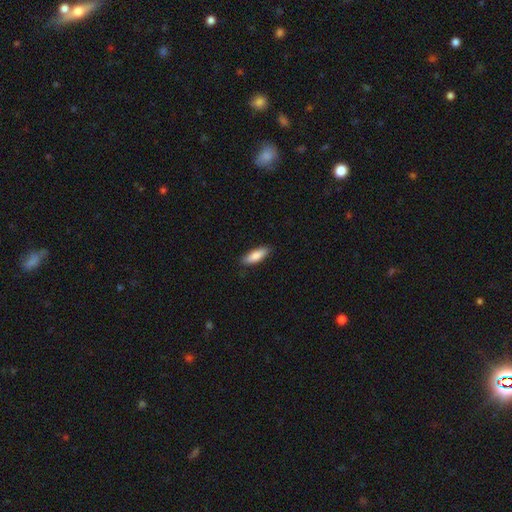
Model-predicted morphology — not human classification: type=smooth (85%); roundness=in between (62%); merging=none (86%).